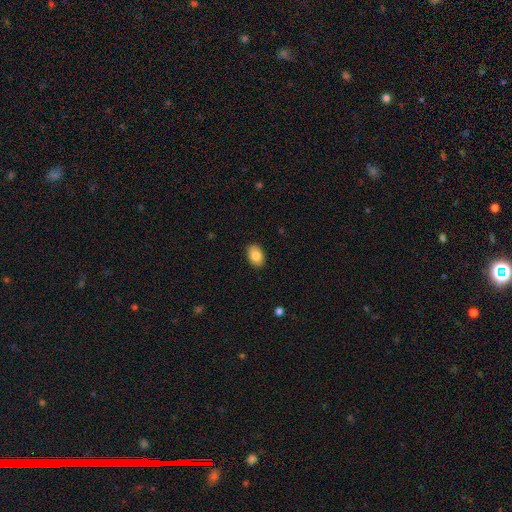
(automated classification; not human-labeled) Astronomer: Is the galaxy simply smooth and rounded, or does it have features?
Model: smooth — 83%.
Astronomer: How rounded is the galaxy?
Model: in between — 87%.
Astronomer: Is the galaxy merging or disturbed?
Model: none — 89%.